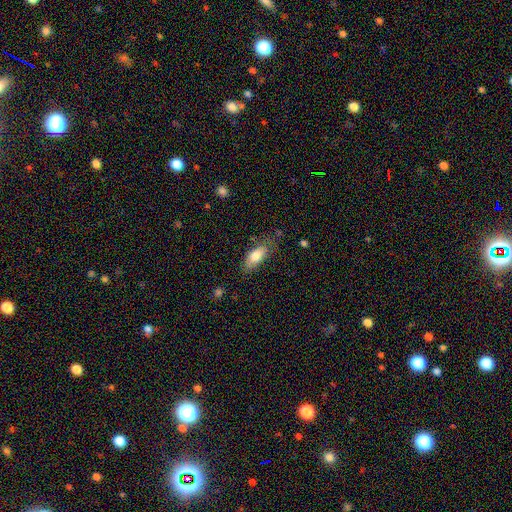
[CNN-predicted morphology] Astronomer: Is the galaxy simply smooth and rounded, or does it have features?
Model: smooth — 79%.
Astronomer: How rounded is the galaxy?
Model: in between — 84%.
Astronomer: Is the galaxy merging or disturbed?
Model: none — 68%.